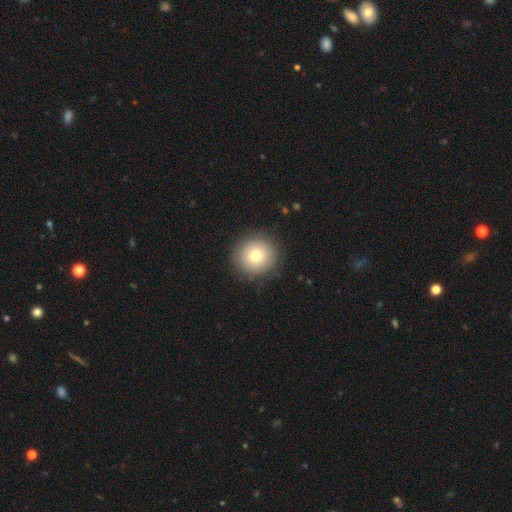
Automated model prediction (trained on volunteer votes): Q: Smooth or featured?
A: smooth (75%); runner-up: featured or disk (16%)
Q: How rounded?
A: round (93%); runner-up: in between (6%)
Q: Merging?
A: none (88%); runner-up: minor disturbance (8%)